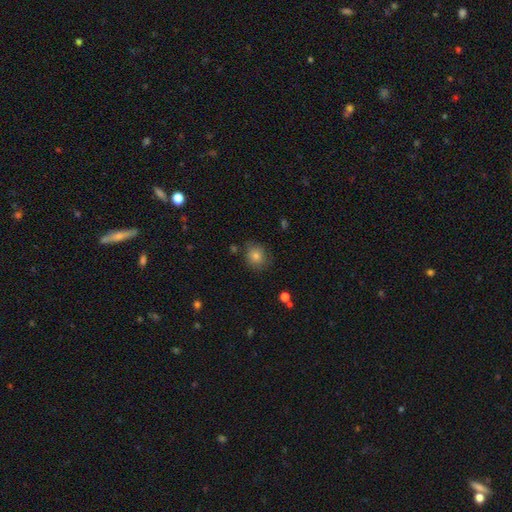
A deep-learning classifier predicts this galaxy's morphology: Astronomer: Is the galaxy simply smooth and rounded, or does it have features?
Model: smooth — 80%.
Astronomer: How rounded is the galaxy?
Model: round — 83%.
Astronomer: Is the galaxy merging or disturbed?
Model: none — 81%.